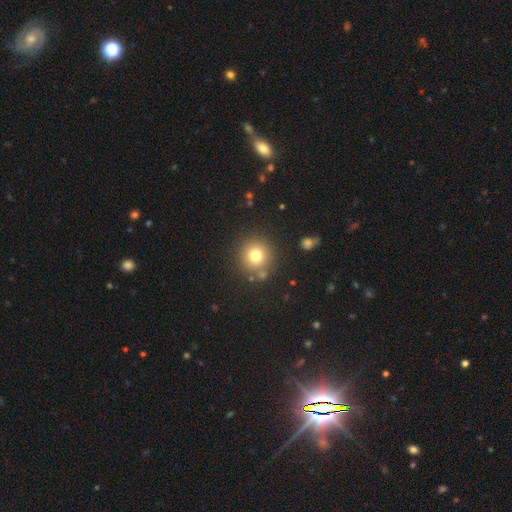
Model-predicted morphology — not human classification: smooth 76%, star or artifact 14%, featured or disk 10%. Down the decision tree: how rounded — round (94%); merging — none (83%).